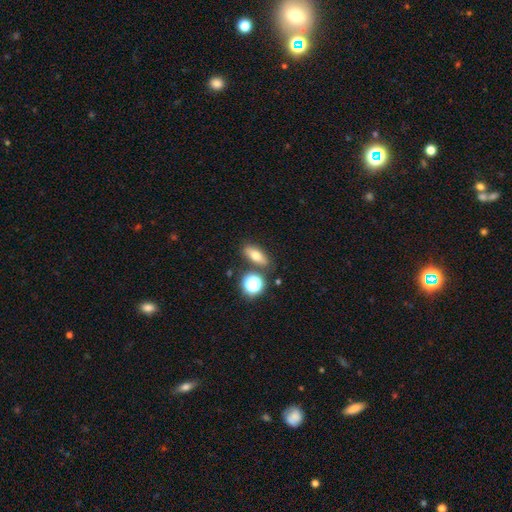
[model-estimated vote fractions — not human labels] A smooth galaxy with no disk features (67%) that is in between round and cigar-shaped (60%).

Vote fractions:
- Smooth or featured? smooth: 67% / featured or disk: 19% / star or artifact: 14%
- How rounded? in between: 60% / cigar-shaped: 23% / round: 17%
- Merging? none: 78% / minor disturbance: 11% / merger: 8% / major disturbance: 3%